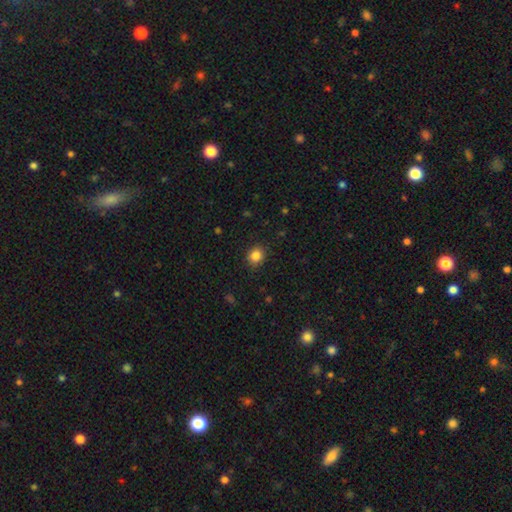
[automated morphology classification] Smooth or featured?
  - smooth: 85% *
  - star or artifact: 11%
  - featured or disk: 4%
How rounded?
  - round: 75% *
  - in between: 24%
  - cigar-shaped: 1%
Merging?
  - none: 89% *
  - minor disturbance: 8%
  - major disturbance: 2%
  - merger: 1%